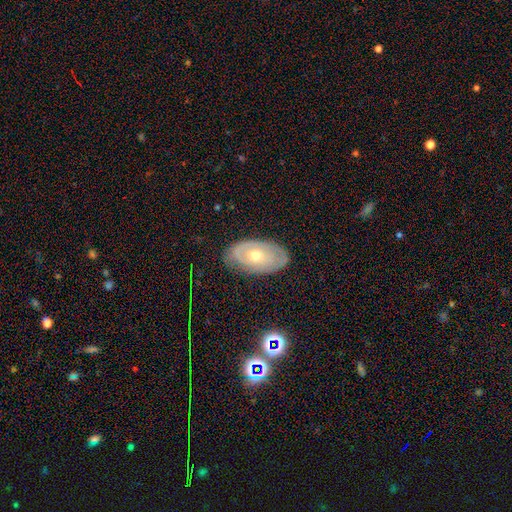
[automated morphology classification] A featured or disk galaxy (61%) with no bar (85%), no spiral arms (55%) and a moderate central bulge (61%). Merging: none (81%).